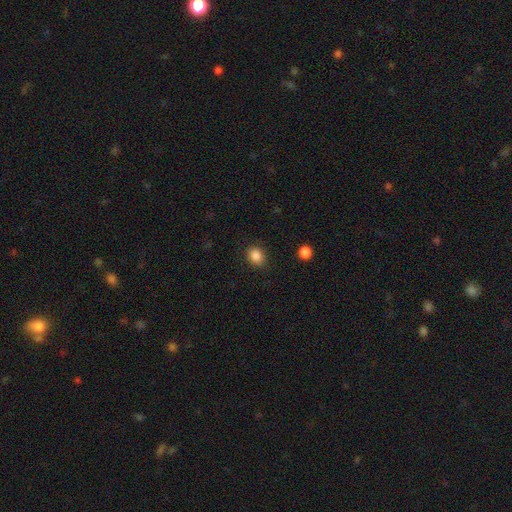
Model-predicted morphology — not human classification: type=smooth (86%); roundness=round (56%); merging=none (85%).